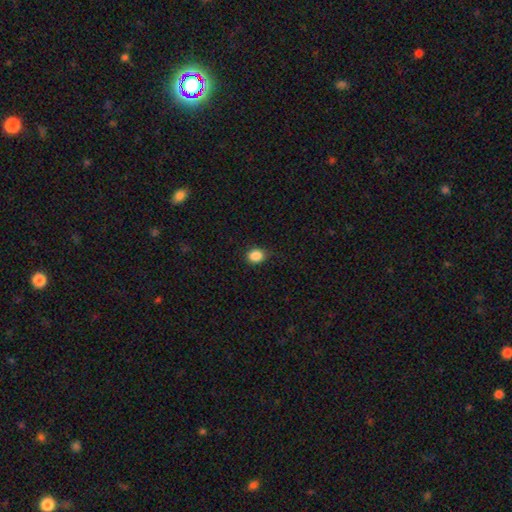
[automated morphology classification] Q: Smooth or featured?
A: smooth (87%); runner-up: star or artifact (10%)
Q: How rounded?
A: round (60%); runner-up: in between (39%)
Q: Merging?
A: none (81%); runner-up: minor disturbance (15%)